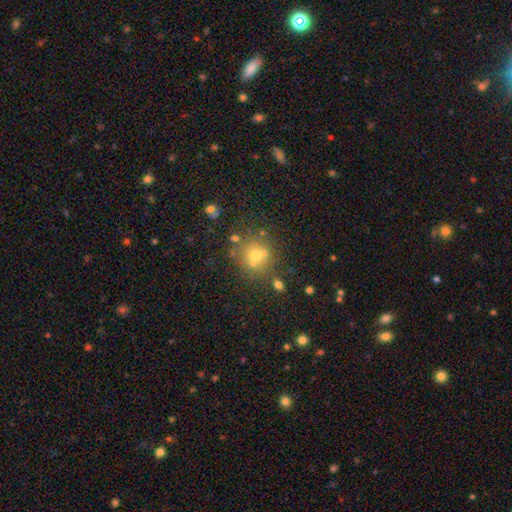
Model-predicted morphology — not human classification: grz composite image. It shows a smooth galaxy with no disk features (58%) that is round (84%). Merging: none (57%).